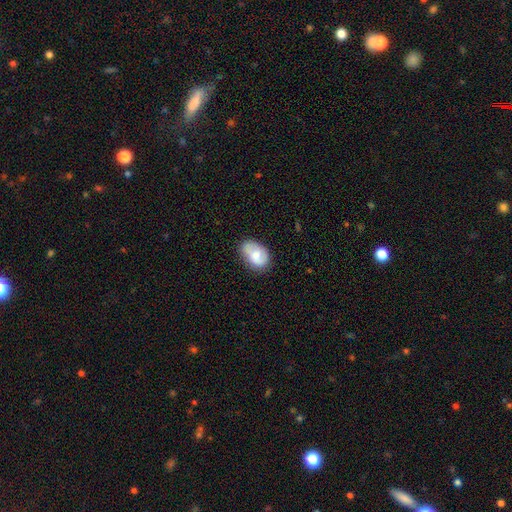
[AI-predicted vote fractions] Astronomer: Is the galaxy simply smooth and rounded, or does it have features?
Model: smooth — 67%.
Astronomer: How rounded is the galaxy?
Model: in between — 86%.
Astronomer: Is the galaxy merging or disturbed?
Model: none — 61%.